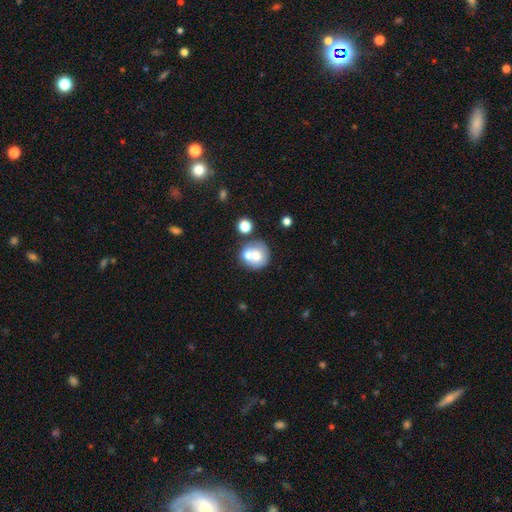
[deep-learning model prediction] A smooth galaxy with no disk features (65%) that is round (87%).

Vote fractions:
- Smooth or featured? smooth: 65% / featured or disk: 25% / star or artifact: 10%
- How rounded? round: 87% / in between: 12% / cigar-shaped: 1%
- Merging? none: 48% / merger: 38% / minor disturbance: 10% / major disturbance: 4%